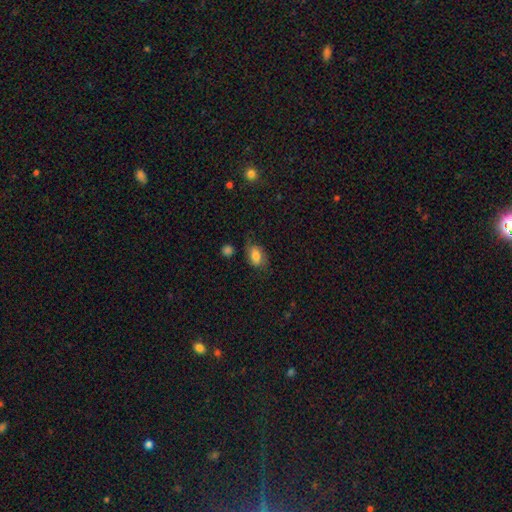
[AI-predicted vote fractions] Smooth or featured: smooth — 74% (featured or disk — 17%)
How rounded: in between — 82% (round — 16%)
Merging: none — 65% (minor disturbance — 24%)